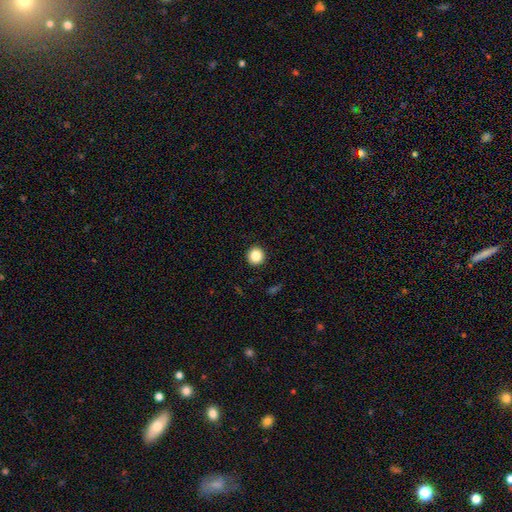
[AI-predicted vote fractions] Smooth or featured? Predicted: smooth (p=0.86). How rounded? Predicted: round (p=0.95). Merging? Predicted: none (p=0.93).